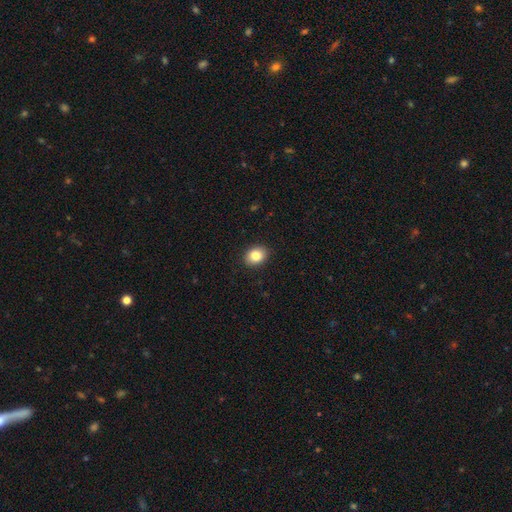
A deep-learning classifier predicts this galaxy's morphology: smooth_or_featured: smooth (p=0.84) [alt: star or artifact p=0.09]
how_rounded: in between (p=0.59) [alt: round p=0.41]
merging: none (p=0.90) [alt: minor disturbance p=0.07]